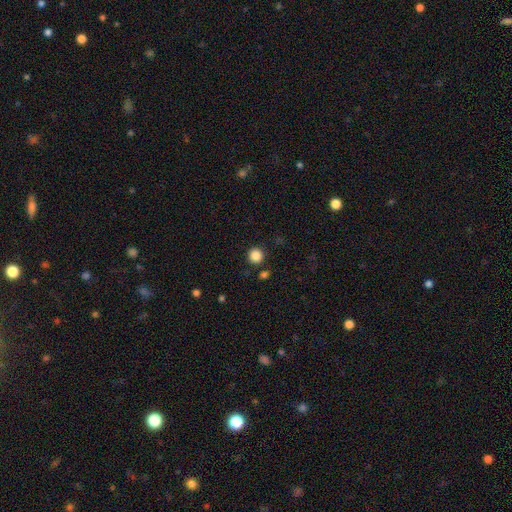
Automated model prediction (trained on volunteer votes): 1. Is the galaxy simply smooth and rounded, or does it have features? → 86% smooth, 11% star or artifact, 4% featured or disk.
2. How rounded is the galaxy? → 94% round, 5% in between, 1% cigar-shaped.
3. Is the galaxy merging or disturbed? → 89% none, 6% minor disturbance, 3% merger, 2% major disturbance.